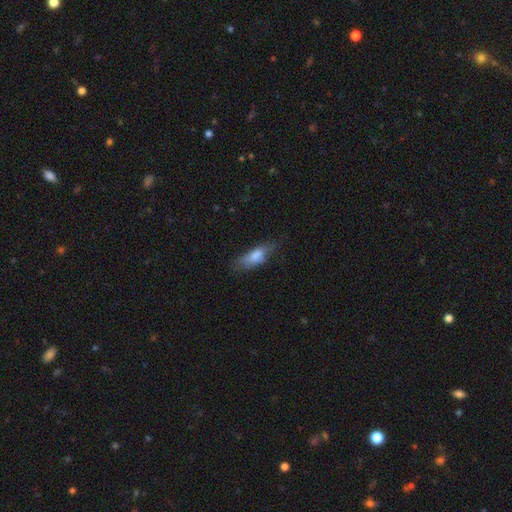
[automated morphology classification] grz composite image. It shows a smooth galaxy with no disk features (64%) that is in between round and cigar-shaped (52%). Merging: none (62%).